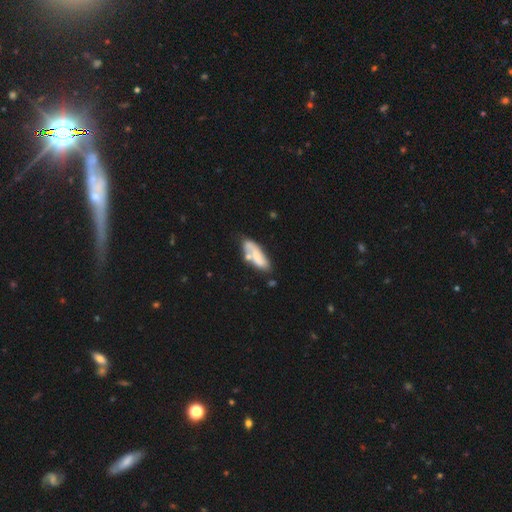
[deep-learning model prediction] Smooth or featured? Predicted: smooth (p=0.54). How rounded? Predicted: in between (p=0.69). Merging? Predicted: none (p=0.47).